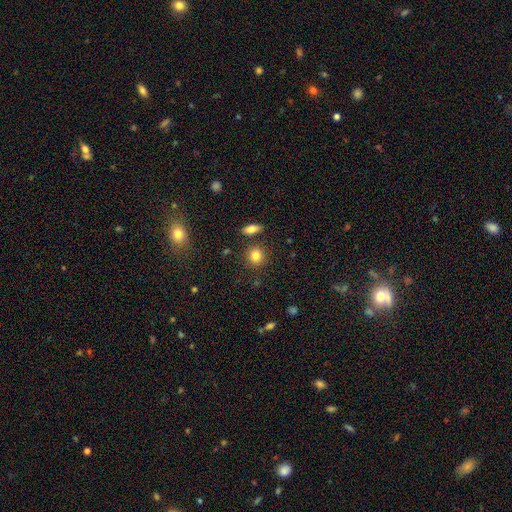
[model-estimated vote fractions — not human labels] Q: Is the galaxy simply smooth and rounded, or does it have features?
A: smooth — 83%.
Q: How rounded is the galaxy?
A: round — 85%.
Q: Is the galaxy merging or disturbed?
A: none — 84%.